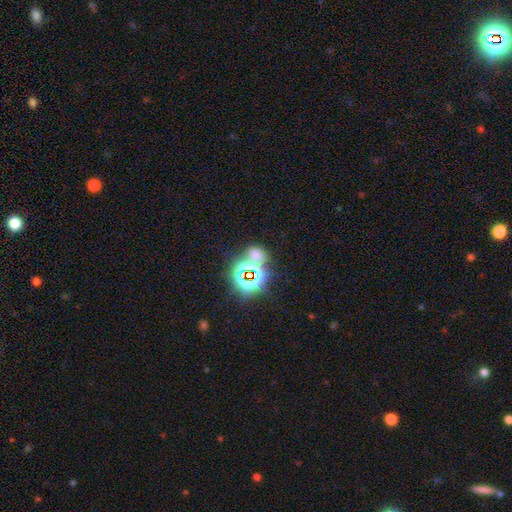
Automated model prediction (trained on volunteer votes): The model was most divided on "smooth or featured": star or artifact: 50%, smooth: 41%, featured or disk: 9%.